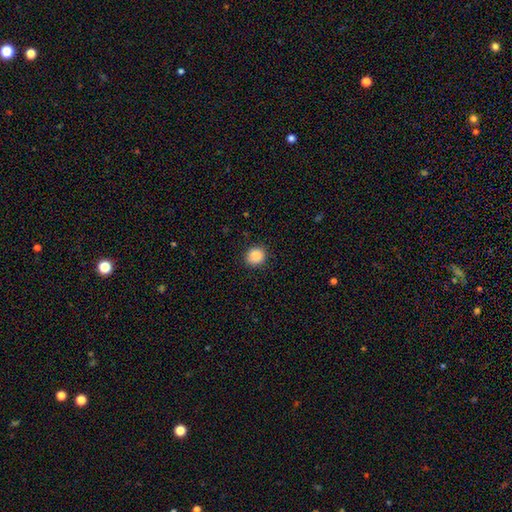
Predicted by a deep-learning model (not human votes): A smooth galaxy with no disk features (88%) that is round (86%). Merging: none (90%).